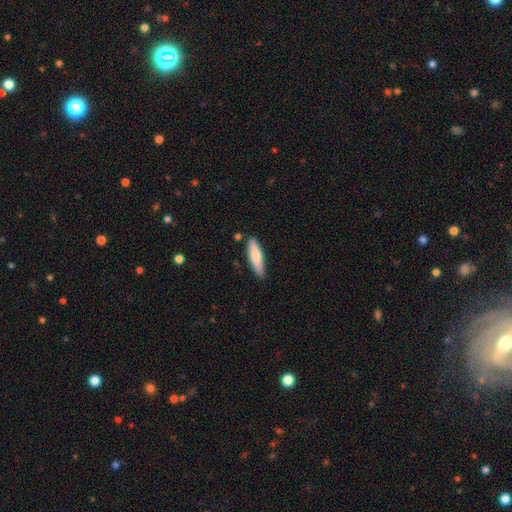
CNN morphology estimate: Q: Smooth or featured?
A: smooth (74%); runner-up: featured or disk (20%)
Q: How rounded?
A: cigar-shaped (70%); runner-up: in between (29%)
Q: Merging?
A: none (83%); runner-up: minor disturbance (13%)